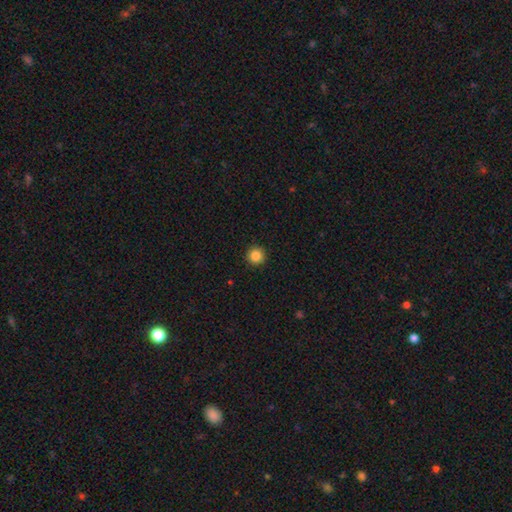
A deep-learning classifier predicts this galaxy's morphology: This is clearly a smooth galaxy (86%). How rounded: clearly round (96%). Merging: clearly none (93%).